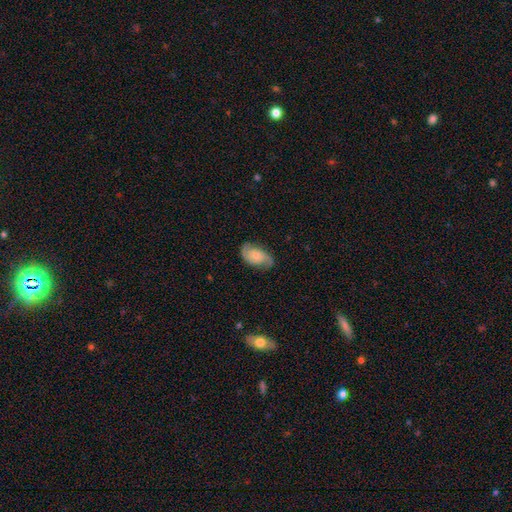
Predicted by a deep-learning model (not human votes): Smooth or featured: featured or disk — 66% (smooth — 27%)
Edge-on disk: no — 96% (yes — 4%)
Bar: no — 70% (weak — 25%)
Spiral arms: yes — 92% (no — 8%)
Spiral winding: medium — 44% (loose — 31%)
Spiral arm count: 2 — 89% (can't tell — 6%)
Bulge size: small — 50% (moderate — 30%)
Merging: none — 75% (minor disturbance — 18%)